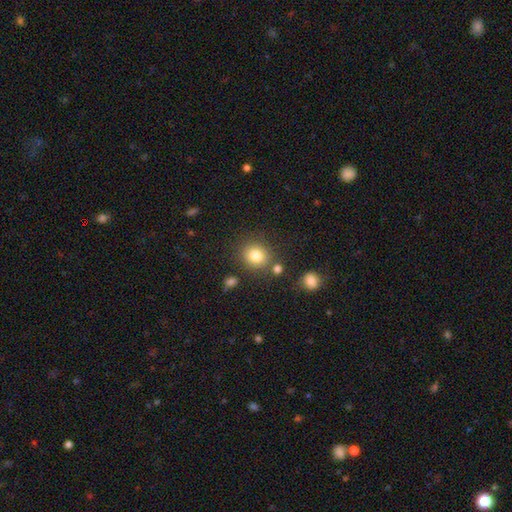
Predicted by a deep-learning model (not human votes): smooth-or-featured: smooth: 81% | star or artifact: 12% | featured or disk: 7%
  how-rounded: round: 81% | in between: 18% | cigar-shaped: 1%
  merging: none: 79% | minor disturbance: 10% | merger: 8% | major disturbance: 4%